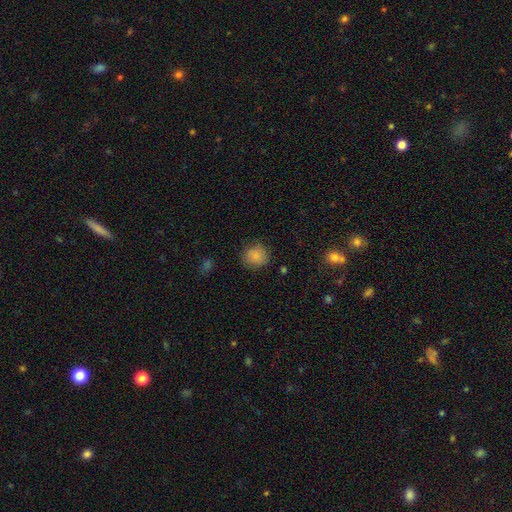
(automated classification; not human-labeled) smooth_or_featured: smooth (p=0.85) [alt: star or artifact p=0.10]
how_rounded: round (p=0.88) [alt: in between p=0.11]
merging: none (p=0.82) [alt: minor disturbance p=0.13]